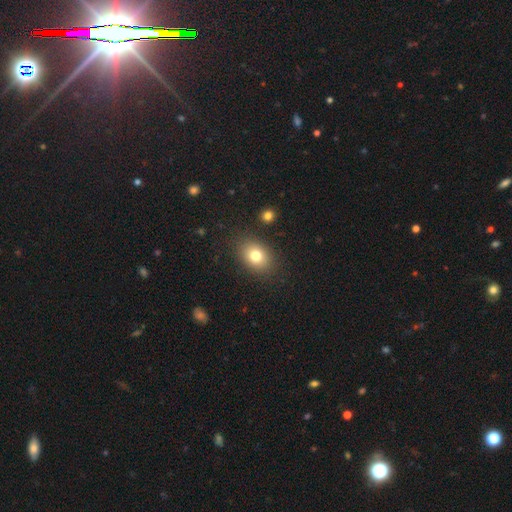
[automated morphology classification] A smooth galaxy with no disk features (78%) that is in between round and cigar-shaped (64%).

Vote fractions:
- Smooth or featured? smooth: 78% / star or artifact: 11% / featured or disk: 11%
- How rounded? in between: 64% / round: 35% / cigar-shaped: 1%
- Merging? none: 85% / minor disturbance: 10% / major disturbance: 3% / merger: 2%